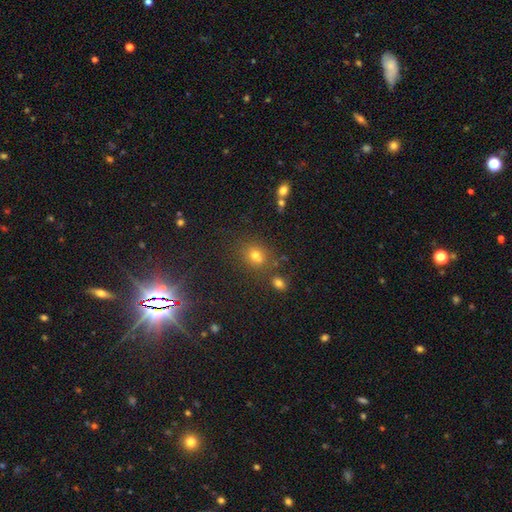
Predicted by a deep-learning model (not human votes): Smooth or featured?
  - smooth: 67% *
  - star or artifact: 22%
  - featured or disk: 11%
How rounded?
  - round: 58% *
  - in between: 40%
  - cigar-shaped: 1%
Merging?
  - none: 69% *
  - merger: 14%
  - minor disturbance: 13%
  - major disturbance: 5%